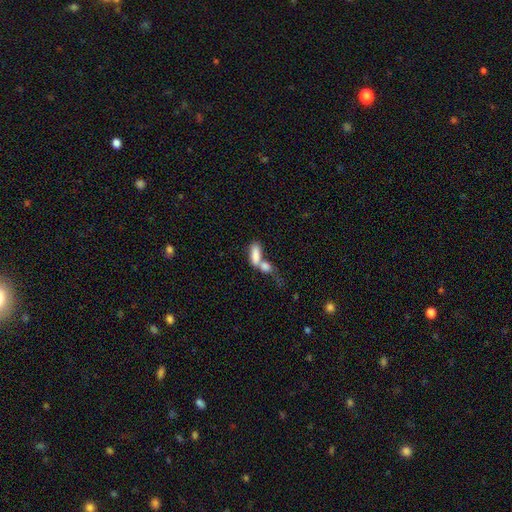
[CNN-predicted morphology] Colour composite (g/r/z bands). It shows a smooth galaxy with no disk features (78%) that is in between round and cigar-shaped (71%). Merging: merger (67%).